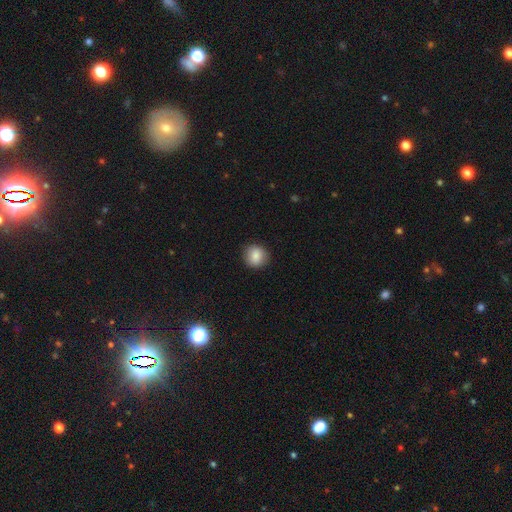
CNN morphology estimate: Smooth or featured: smooth — 86% (star or artifact — 8%)
How rounded: round — 87% (in between — 12%)
Merging: none — 88% (minor disturbance — 9%)